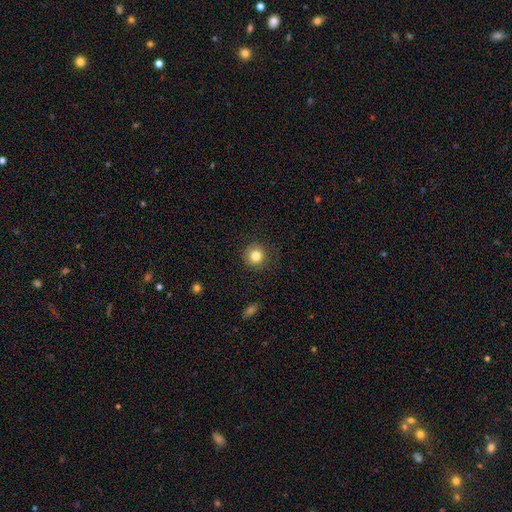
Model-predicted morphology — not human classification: Smooth or featured?
  - smooth: 82% *
  - star or artifact: 11%
  - featured or disk: 7%
How rounded?
  - round: 94% *
  - in between: 5%
  - cigar-shaped: 1%
Merging?
  - none: 88% *
  - minor disturbance: 8%
  - major disturbance: 3%
  - merger: 1%